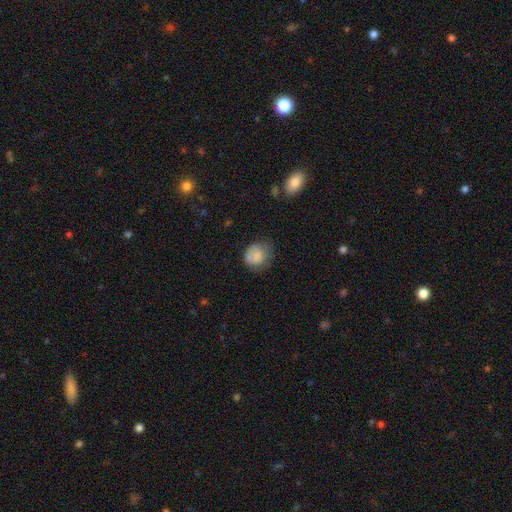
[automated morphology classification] Smooth or featured?
  - smooth: 78% *
  - featured or disk: 14%
  - star or artifact: 9%
How rounded?
  - round: 70% *
  - in between: 29%
  - cigar-shaped: 1%
Merging?
  - none: 51% *
  - minor disturbance: 32%
  - major disturbance: 14%
  - merger: 3%